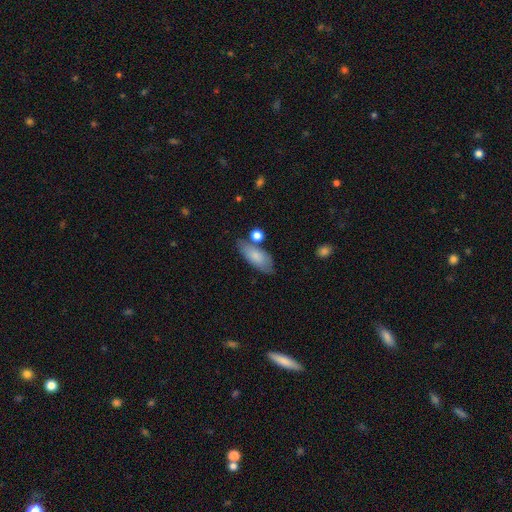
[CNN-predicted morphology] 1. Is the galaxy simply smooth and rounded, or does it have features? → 79% smooth, 15% featured or disk, 6% star or artifact.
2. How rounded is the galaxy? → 81% in between, 16% cigar-shaped, 3% round.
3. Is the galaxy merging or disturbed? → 65% none, 19% minor disturbance, 11% merger, 5% major disturbance.